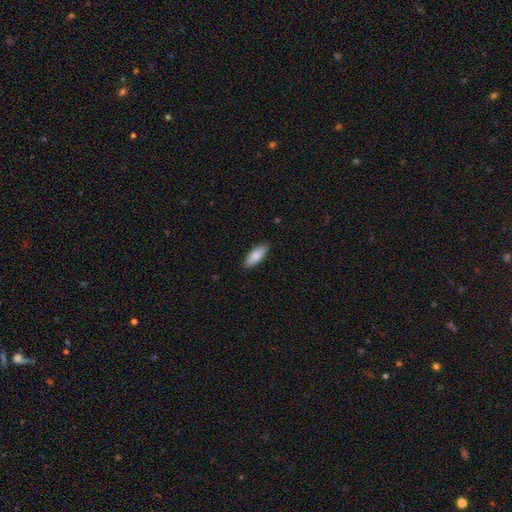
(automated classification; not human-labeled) This appears to be a smooth galaxy with no disk features (83%) that is in between round and cigar-shaped (75%). Merging: none (87%).